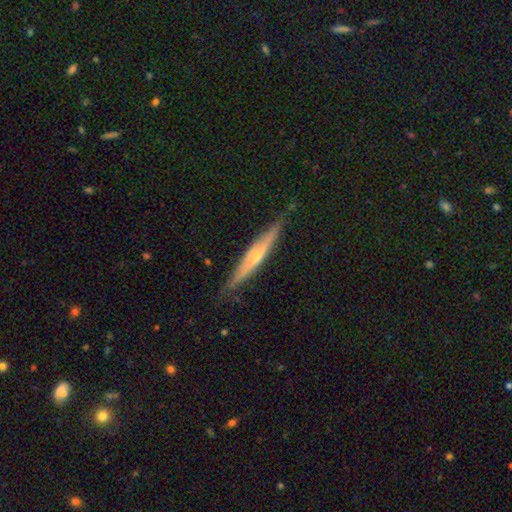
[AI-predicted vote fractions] This appears to be a featured or disk galaxy (69%) viewed edge-on (95%) with a rounded central bulge (72%). Merging: none (86%).